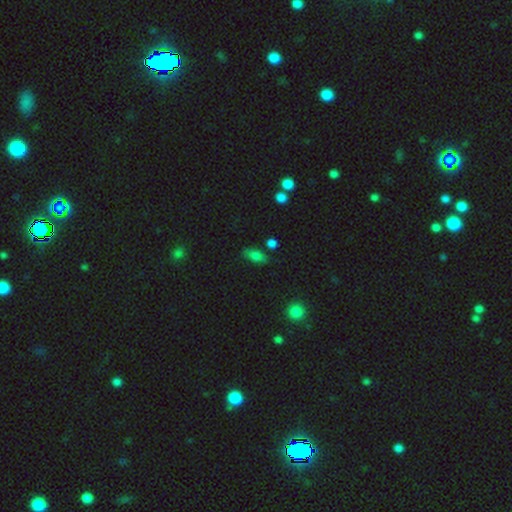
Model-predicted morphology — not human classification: This appears to be a smooth galaxy with no disk features (73%) that is in between round and cigar-shaped (80%). Merging: none (76%).